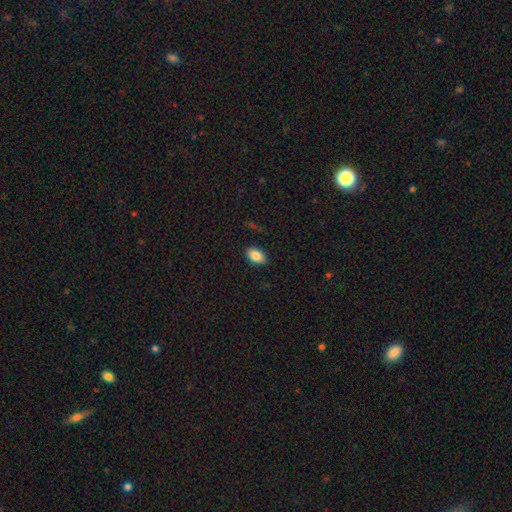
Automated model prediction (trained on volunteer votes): A smooth galaxy with no disk features (85%) that is in between round and cigar-shaped (90%).

Vote fractions:
- Smooth or featured? smooth: 85% / star or artifact: 8% / featured or disk: 7%
- How rounded? in between: 90% / round: 8% / cigar-shaped: 2%
- Merging? none: 86% / minor disturbance: 11% / major disturbance: 2% / merger: 1%